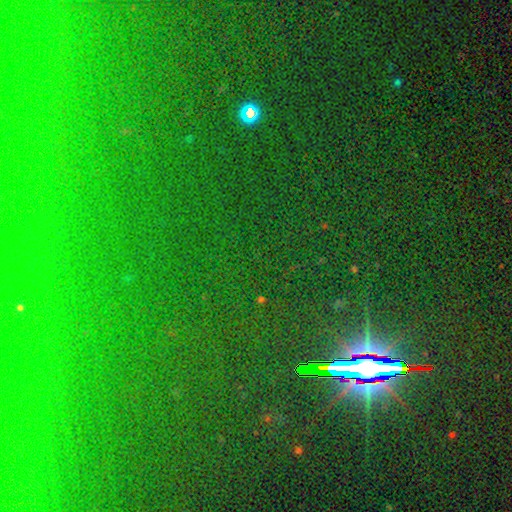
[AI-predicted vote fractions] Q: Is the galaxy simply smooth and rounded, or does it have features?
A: star or artifact — 83%.